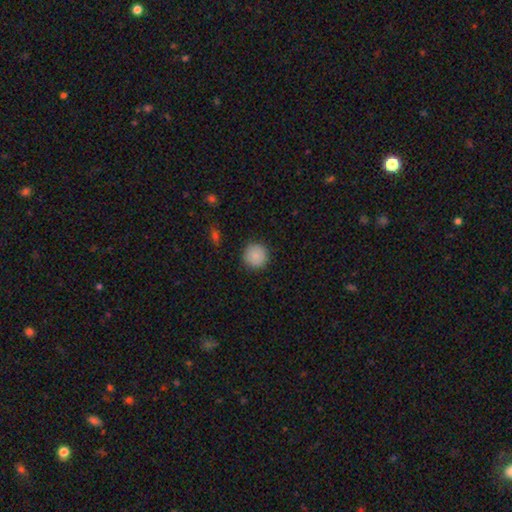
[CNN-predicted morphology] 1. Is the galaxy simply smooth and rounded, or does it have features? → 87% smooth, 8% star or artifact, 5% featured or disk.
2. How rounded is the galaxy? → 95% round, 4% in between, 1% cigar-shaped.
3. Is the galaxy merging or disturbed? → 90% none, 7% minor disturbance, 2% major disturbance, 1% merger.